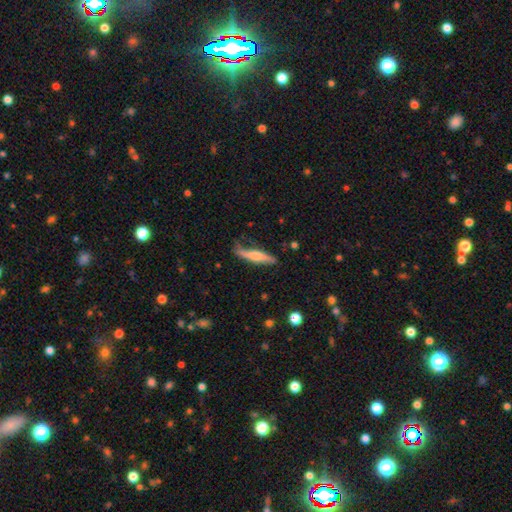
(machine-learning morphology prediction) A smooth galaxy with no disk features (48%). Merging: none (67%).